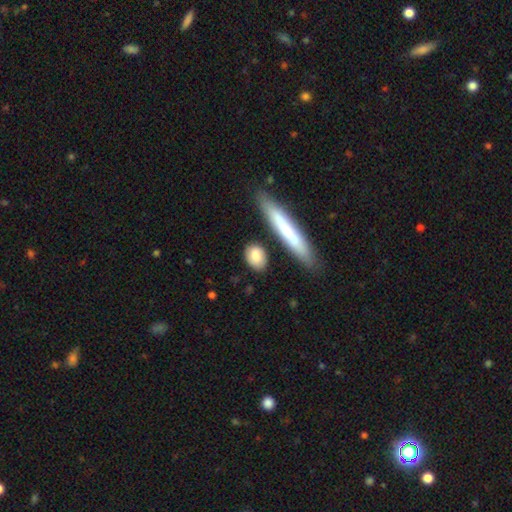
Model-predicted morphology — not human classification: smooth-or-featured: smooth: 84% | featured or disk: 11% | star or artifact: 6%
  how-rounded: in between: 55% | round: 30% | cigar-shaped: 15%
  merging: none: 80% | minor disturbance: 11% | merger: 6% | major disturbance: 3%